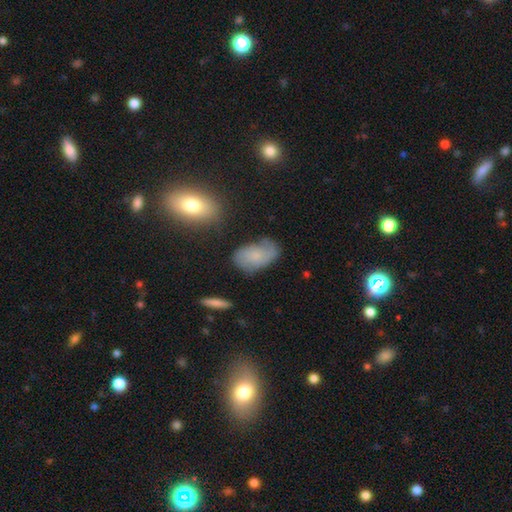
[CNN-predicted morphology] type=smooth (55%); roundness=in between (90%); merging=none (59%).